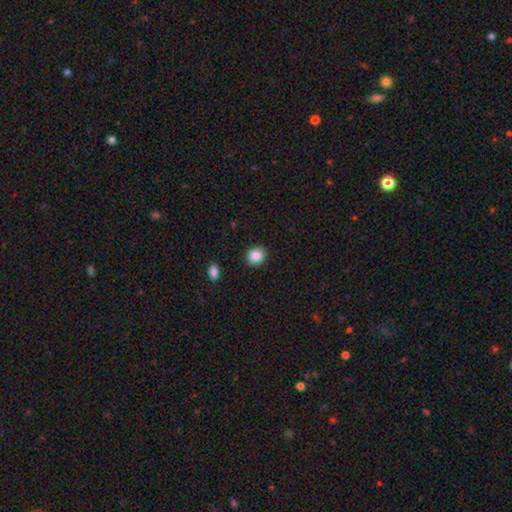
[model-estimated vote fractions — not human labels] This appears to be a smooth galaxy with no disk features (87%) that is round (62%). Merging: none (89%).